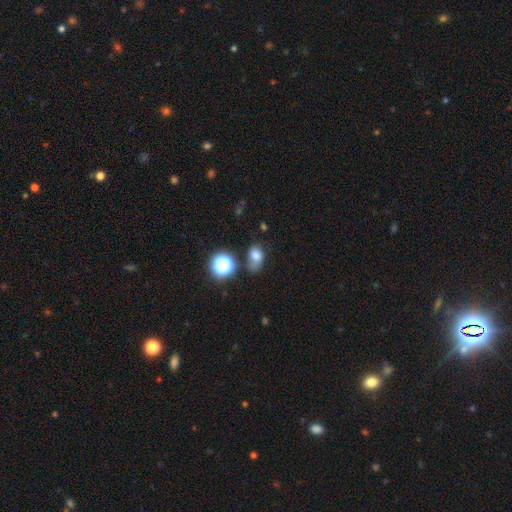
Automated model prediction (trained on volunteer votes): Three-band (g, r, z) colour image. It shows a smooth galaxy with no disk features (73%) that is in between round and cigar-shaped (70%). Merging: none (43%).